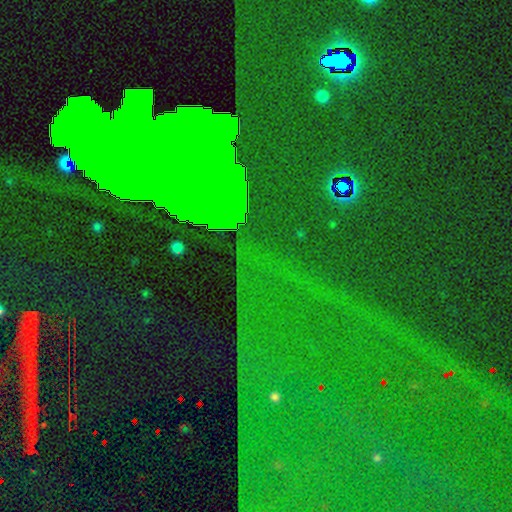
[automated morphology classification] type=star or artifact (82%).